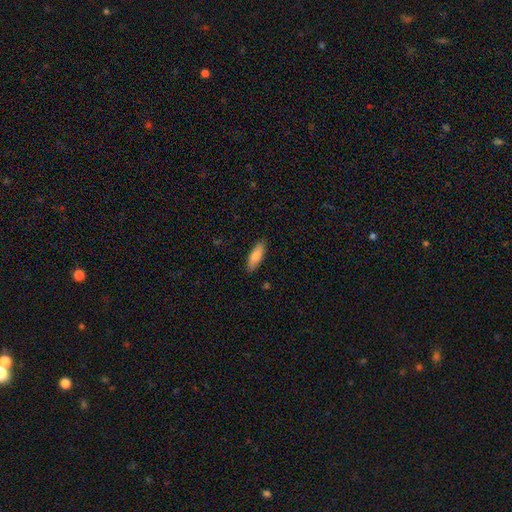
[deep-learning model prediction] smooth_or_featured: smooth (p=0.81) [alt: featured or disk p=0.13]
how_rounded: in between (p=0.56) [alt: cigar-shaped p=0.43]
merging: none (p=0.87) [alt: minor disturbance p=0.10]